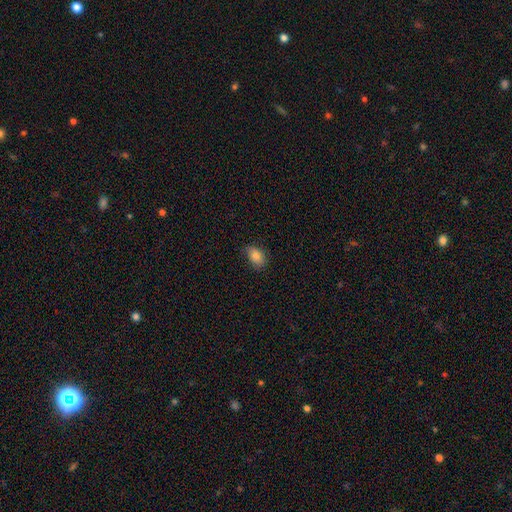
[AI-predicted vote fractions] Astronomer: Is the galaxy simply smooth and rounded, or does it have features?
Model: smooth — 85%.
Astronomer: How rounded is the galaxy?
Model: in between — 85%.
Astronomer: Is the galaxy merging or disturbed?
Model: none — 72%.